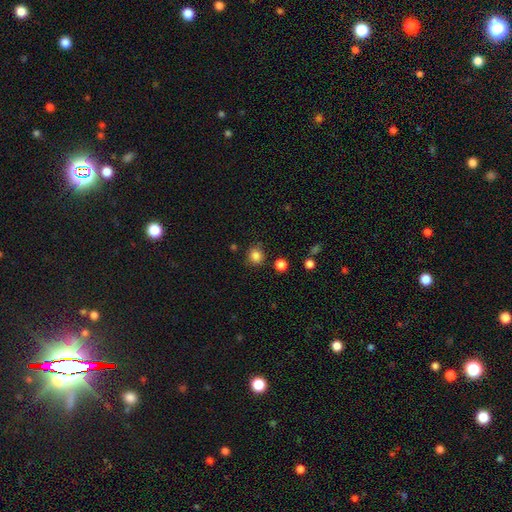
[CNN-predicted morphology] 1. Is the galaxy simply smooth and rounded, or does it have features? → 84% smooth, 12% star or artifact, 4% featured or disk.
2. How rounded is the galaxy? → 86% round, 13% in between, 1% cigar-shaped.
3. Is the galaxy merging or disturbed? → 82% none, 11% minor disturbance, 3% merger, 3% major disturbance.